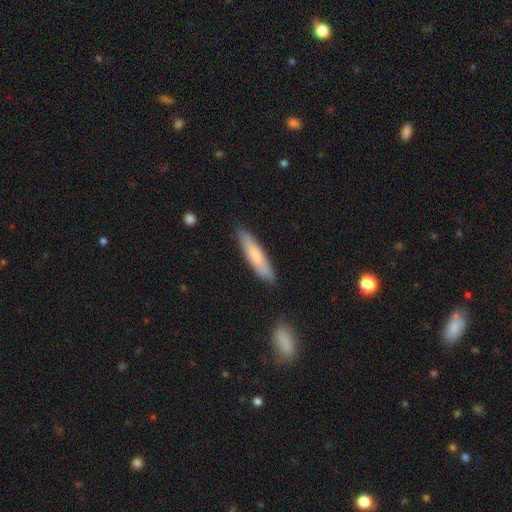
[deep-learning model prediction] smooth_or_featured: smooth (p=0.71) [alt: featured or disk p=0.24]
how_rounded: cigar-shaped (p=0.82) [alt: in between p=0.17]
merging: none (p=0.83) [alt: minor disturbance p=0.13]